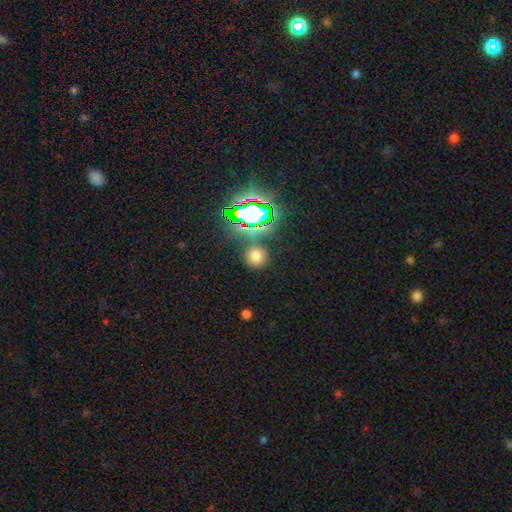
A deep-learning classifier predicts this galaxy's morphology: Smooth or featured: smooth — 66% (star or artifact — 27%)
How rounded: round — 89% (in between — 10%)
Merging: none — 82% (minor disturbance — 9%)